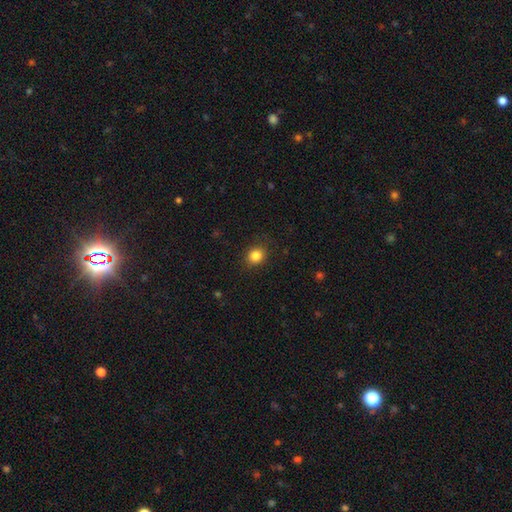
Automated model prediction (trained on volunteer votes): Q: Smooth or featured?
A: smooth (84%); runner-up: star or artifact (11%)
Q: How rounded?
A: round (72%); runner-up: in between (28%)
Q: Merging?
A: none (86%); runner-up: minor disturbance (10%)